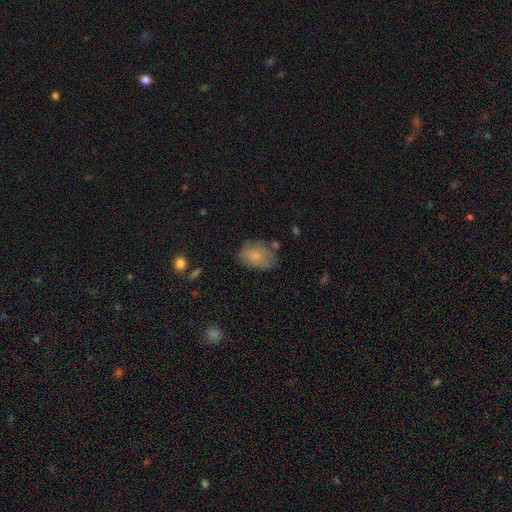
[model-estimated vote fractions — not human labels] Morphology: type=smooth (69%); roundness=in between (75%); merging=none (60%).